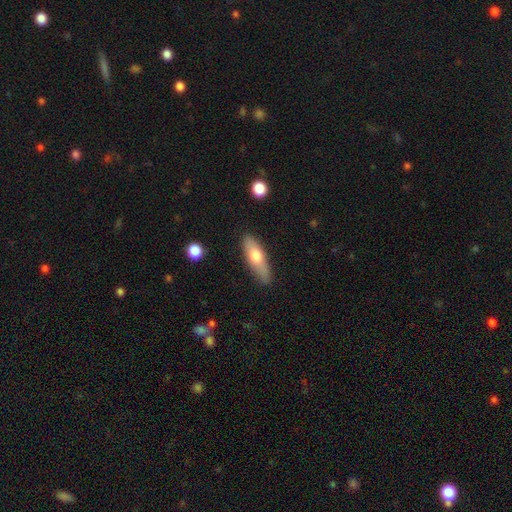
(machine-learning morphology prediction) A smooth galaxy with no disk features (63%) that is in between round and cigar-shaped (52%).

Vote fractions:
- Smooth or featured? smooth: 63% / featured or disk: 31% / star or artifact: 6%
- How rounded? in between: 52% / cigar-shaped: 45% / round: 3%
- Merging? none: 82% / minor disturbance: 14% / major disturbance: 3% / merger: 2%